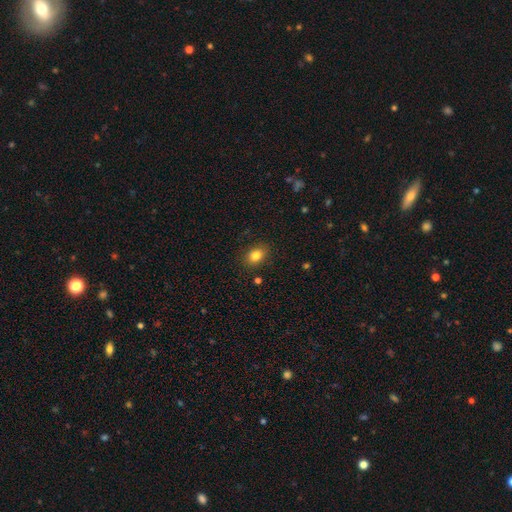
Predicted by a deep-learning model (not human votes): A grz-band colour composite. It shows a smooth galaxy with no disk features (83%) that is in between round and cigar-shaped (58%). Merging: none (86%).